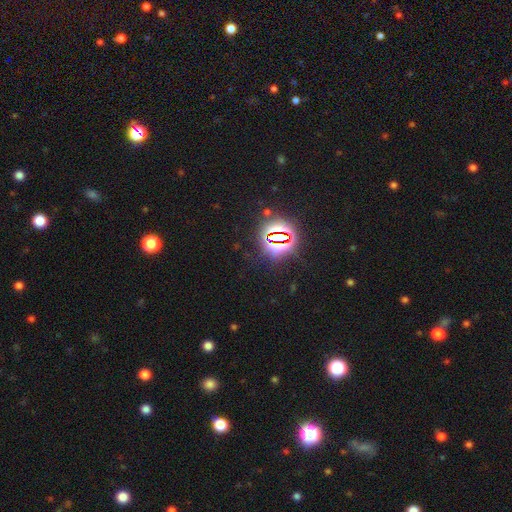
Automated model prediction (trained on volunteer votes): Smooth or featured? Predicted: star or artifact (p=0.79).